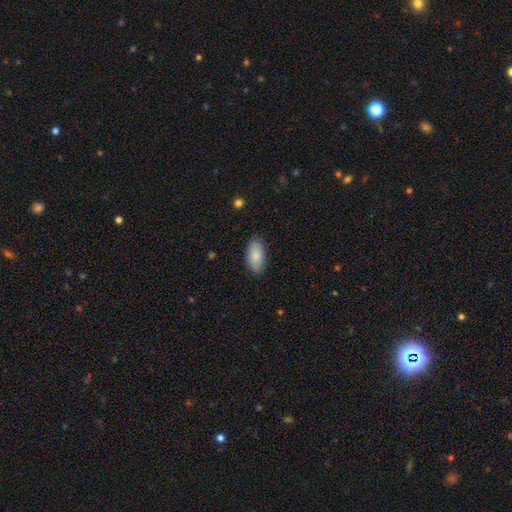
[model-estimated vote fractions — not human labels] This appears to be a smooth galaxy with no disk features (84%) that is in between round and cigar-shaped (91%). Merging: none (84%).